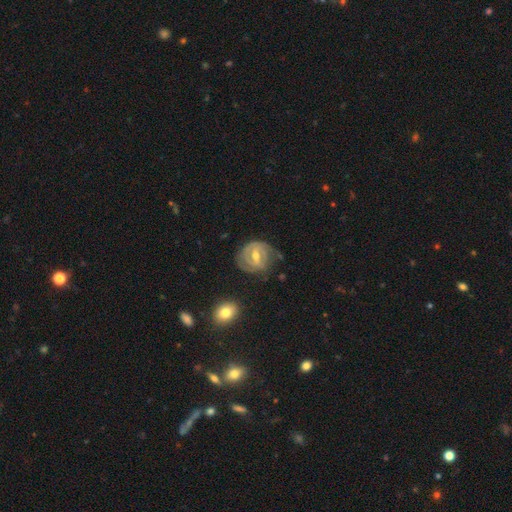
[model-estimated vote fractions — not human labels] smooth_or_featured: featured or disk (p=0.79) [alt: smooth p=0.15]
disk_edge_on: no (p=0.97) [alt: yes p=0.03]
bar: weak (p=0.49) [alt: strong p=0.36]
has_spiral_arms: yes (p=0.87) [alt: no p=0.13]
spiral_winding: tight (p=0.64) [alt: medium p=0.28]
spiral_arm_count: 2 (p=0.56) [alt: can't tell p=0.23]
bulge_size: moderate (p=0.65) [alt: small p=0.30]
merging: none (p=0.68) [alt: minor disturbance p=0.21]